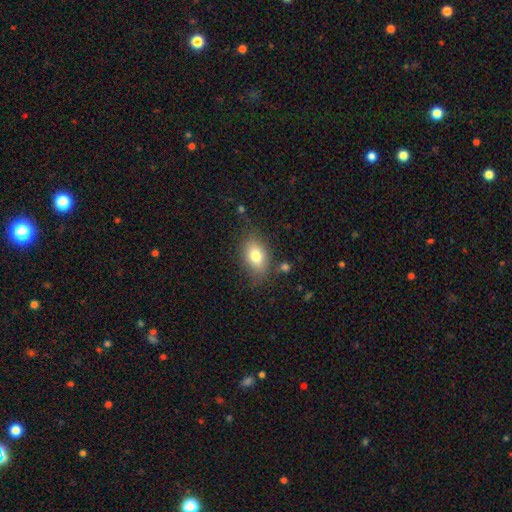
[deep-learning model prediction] Q: Smooth or featured?
A: smooth (76%); runner-up: featured or disk (16%)
Q: How rounded?
A: in between (83%); runner-up: round (14%)
Q: Merging?
A: none (76%); runner-up: minor disturbance (16%)